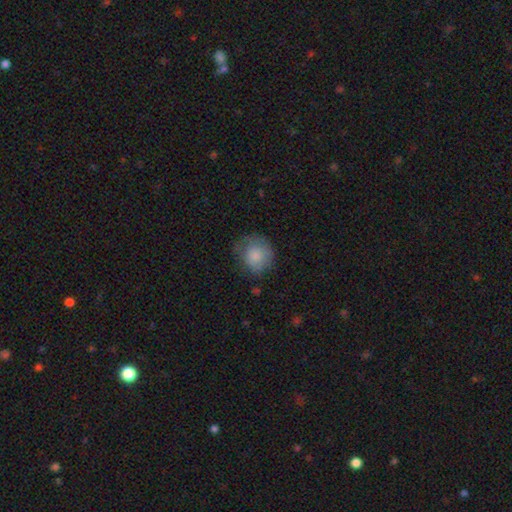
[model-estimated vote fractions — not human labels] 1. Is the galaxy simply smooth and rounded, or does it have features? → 80% smooth, 13% featured or disk, 7% star or artifact.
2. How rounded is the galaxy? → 84% round, 15% in between, 1% cigar-shaped.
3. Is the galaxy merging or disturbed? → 60% none, 27% minor disturbance, 11% major disturbance, 2% merger.